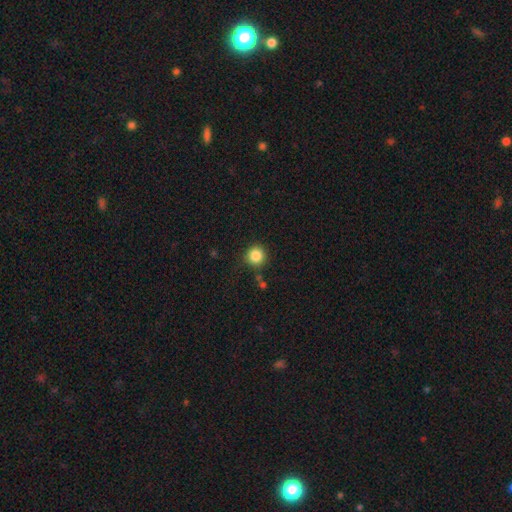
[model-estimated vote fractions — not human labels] This is clearly a smooth galaxy (85%). How rounded: clearly round (93%). Merging: clearly none (84%).